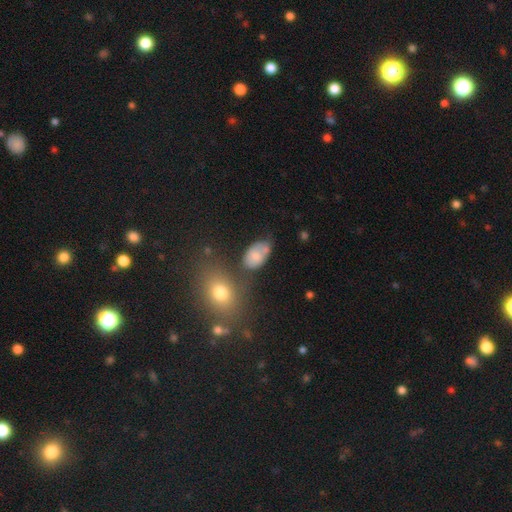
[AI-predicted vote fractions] Smooth or featured?
  - smooth: 71% *
  - featured or disk: 19%
  - star or artifact: 10%
How rounded?
  - in between: 87% *
  - round: 11%
  - cigar-shaped: 2%
Merging?
  - none: 49% *
  - minor disturbance: 24%
  - merger: 17%
  - major disturbance: 9%